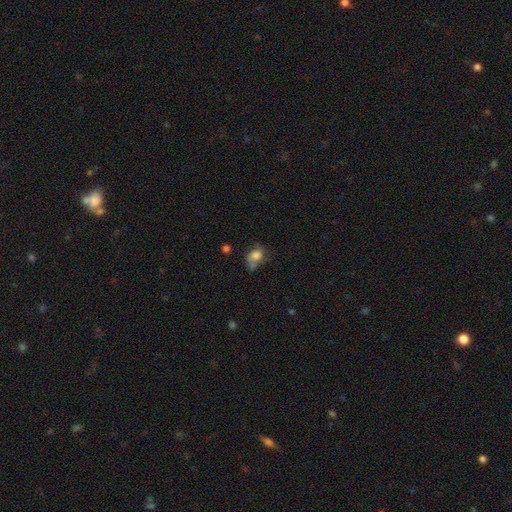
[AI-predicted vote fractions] smooth-or-featured: smooth: 69% | featured or disk: 20% | star or artifact: 11%
  how-rounded: in between: 67% | round: 31% | cigar-shaped: 2%
  merging: minor disturbance: 33% (tied) | none: 33% (tied) | major disturbance: 25% | merger: 9%